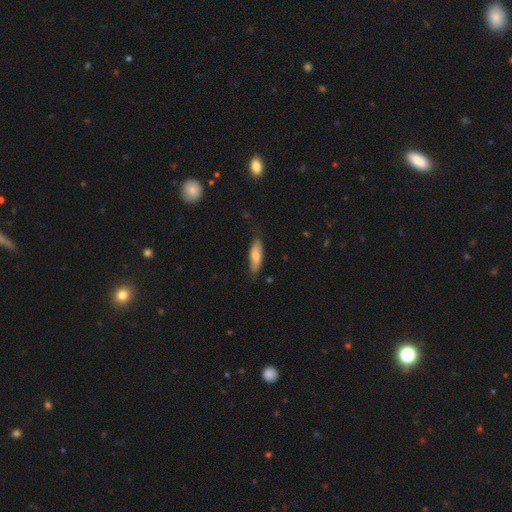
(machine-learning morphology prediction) Smooth or featured? Predicted: smooth (p=0.74). How rounded? Predicted: cigar-shaped (p=0.50). Merging? Predicted: none (p=0.76).